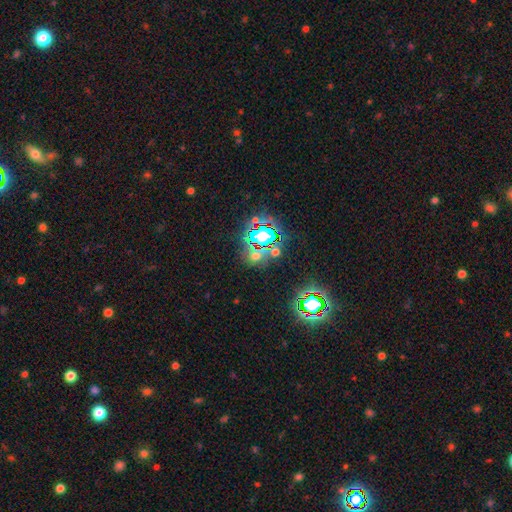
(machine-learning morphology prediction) Smooth or featured?
  - star or artifact: 57% *
  - smooth: 34%
  - featured or disk: 9%